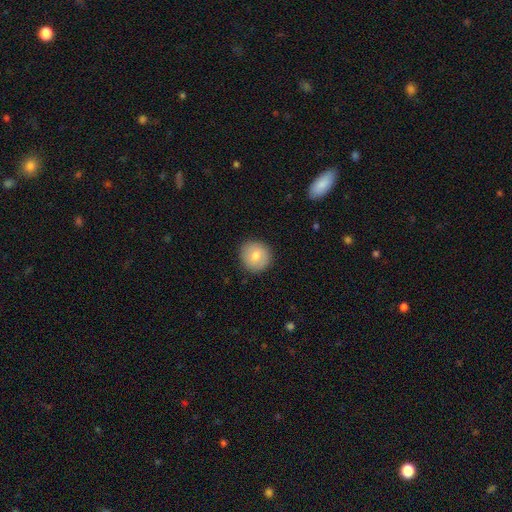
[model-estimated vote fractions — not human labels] smooth_or_featured: smooth (p=0.79) [alt: featured or disk p=0.13]
how_rounded: round (p=0.91) [alt: in between p=0.08]
merging: none (p=0.89) [alt: minor disturbance p=0.08]